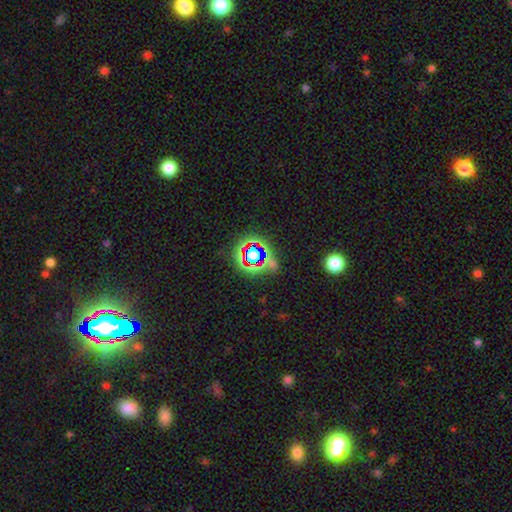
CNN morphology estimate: This appears to be a star or artifact, not a galaxy (64%).